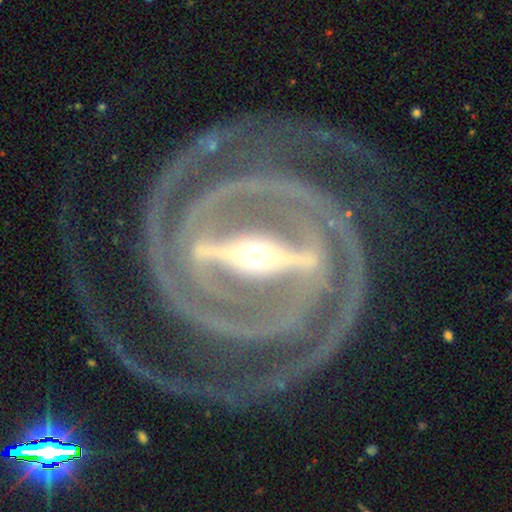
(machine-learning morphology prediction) Smooth or featured? Predicted: featured or disk (p=0.94). Edge-on disk? Predicted: no (p=0.96). Bar? Predicted: strong (p=0.87). Spiral arms? Predicted: yes (p=0.98). Spiral winding? Predicted: tight (p=0.73). Spiral arm count? Predicted: 2 (p=0.66). Bulge size? Predicted: small (p=0.64). Merging? Predicted: none (p=0.73).